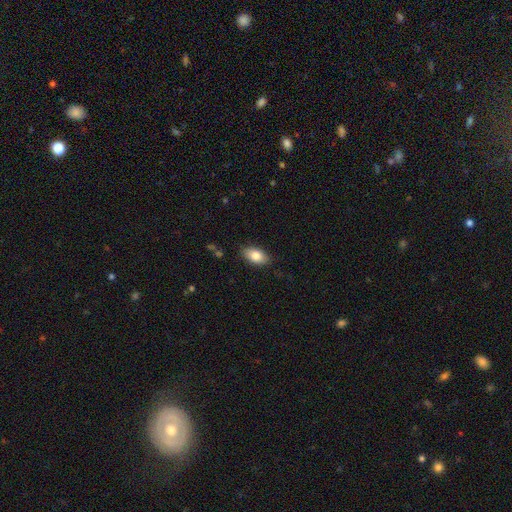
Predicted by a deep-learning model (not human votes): Smooth or featured?
  - smooth: 83% *
  - featured or disk: 10%
  - star or artifact: 7%
How rounded?
  - in between: 92% *
  - round: 5%
  - cigar-shaped: 3%
Merging?
  - none: 85% *
  - minor disturbance: 11%
  - major disturbance: 2%
  - merger: 1%